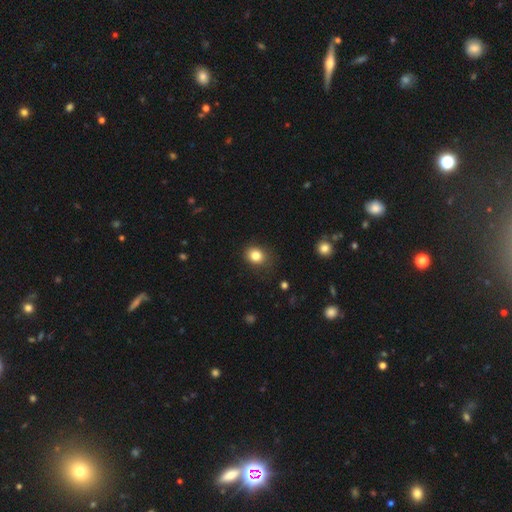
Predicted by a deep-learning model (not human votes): smooth-or-featured: smooth: 82% | star or artifact: 11% | featured or disk: 7%
  how-rounded: round: 61% | in between: 38% | cigar-shaped: 1%
  merging: none: 79% | minor disturbance: 15% | major disturbance: 4% | merger: 1%